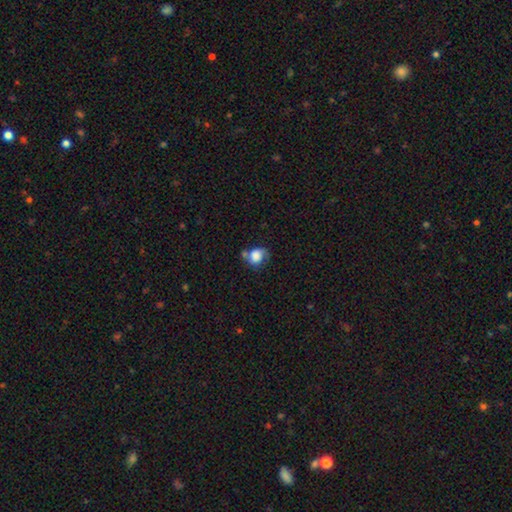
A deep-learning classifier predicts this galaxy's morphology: Smooth or featured? Predicted: smooth (p=0.76). How rounded? Predicted: round (p=0.59). Merging? Predicted: none (p=0.40).